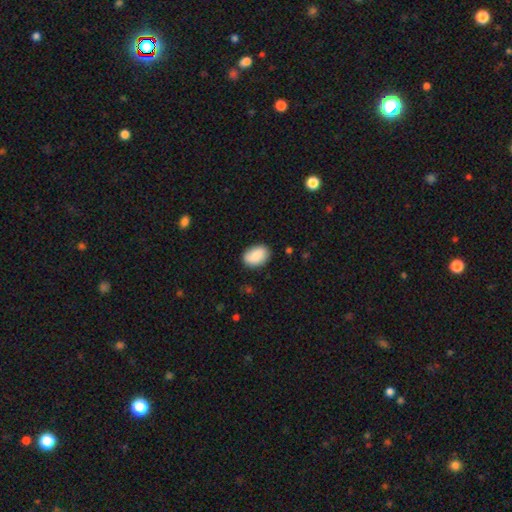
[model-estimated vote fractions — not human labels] Smooth or featured: smooth — 88% (star or artifact — 6%)
How rounded: in between — 85% (round — 14%)
Merging: none — 83% (minor disturbance — 13%)